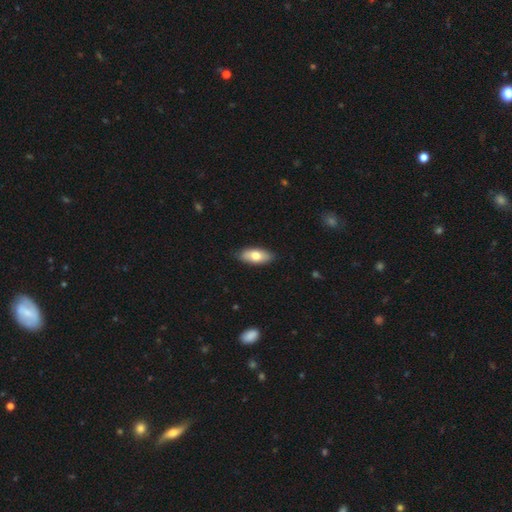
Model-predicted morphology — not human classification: Q: Smooth or featured?
A: smooth (73%); runner-up: featured or disk (21%)
Q: How rounded?
A: in between (86%); runner-up: cigar-shaped (12%)
Q: Merging?
A: none (86%); runner-up: minor disturbance (11%)